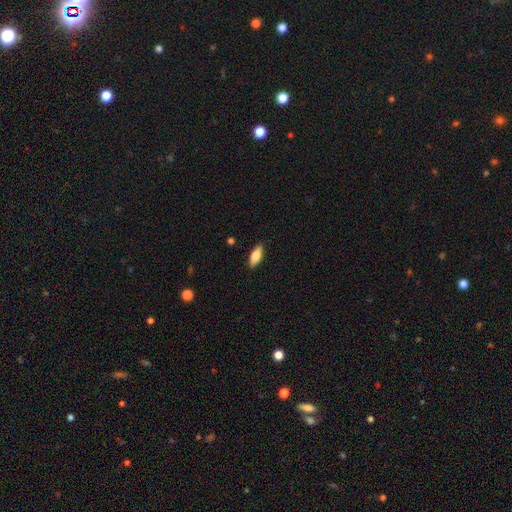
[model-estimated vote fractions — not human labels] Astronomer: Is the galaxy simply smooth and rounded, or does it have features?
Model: smooth — 75%.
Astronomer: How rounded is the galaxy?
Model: in between — 73%.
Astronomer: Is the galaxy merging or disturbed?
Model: none — 88%.